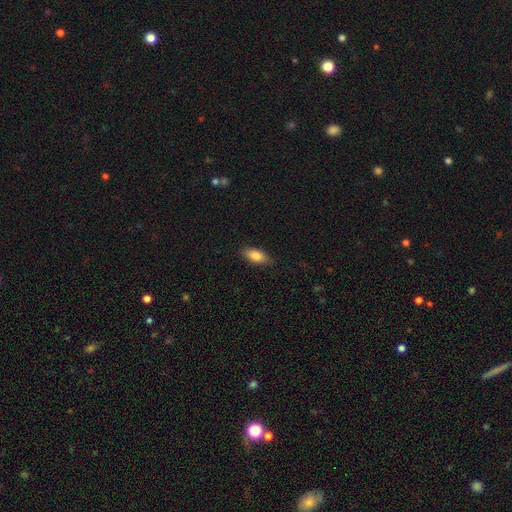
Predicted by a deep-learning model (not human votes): This is clearly a smooth galaxy (82%). How rounded: clearly in between (82%). Merging: clearly none (85%).